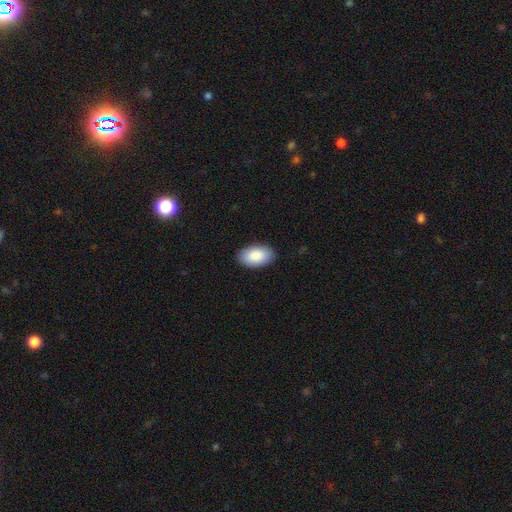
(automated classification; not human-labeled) Smooth or featured: smooth — 89% (star or artifact — 6%)
How rounded: in between — 95% (round — 4%)
Merging: none — 89% (minor disturbance — 8%)